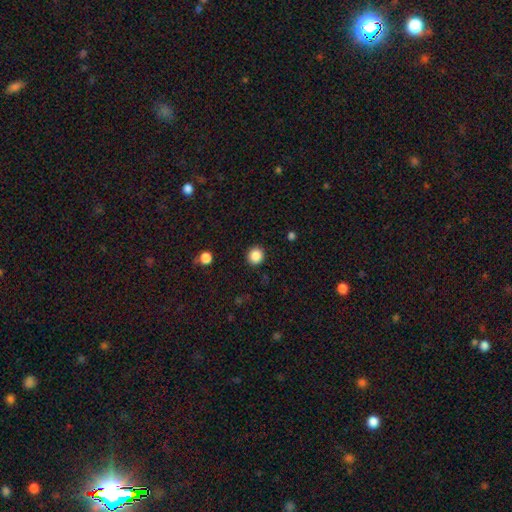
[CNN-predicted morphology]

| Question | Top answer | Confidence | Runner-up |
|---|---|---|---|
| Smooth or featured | smooth | 86% | star or artifact (11%) |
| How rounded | round | 91% | in between (8%) |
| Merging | none | 91% | minor disturbance (6%) |